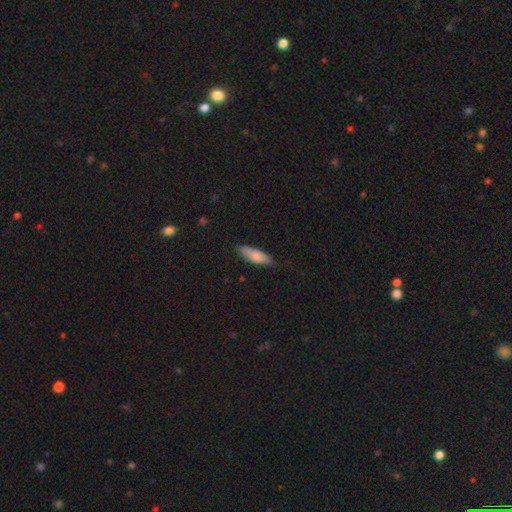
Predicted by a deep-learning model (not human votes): smooth 81%, featured or disk 14%, star or artifact 6%. Down the decision tree: how rounded — in between (54%); merging — none (78%).